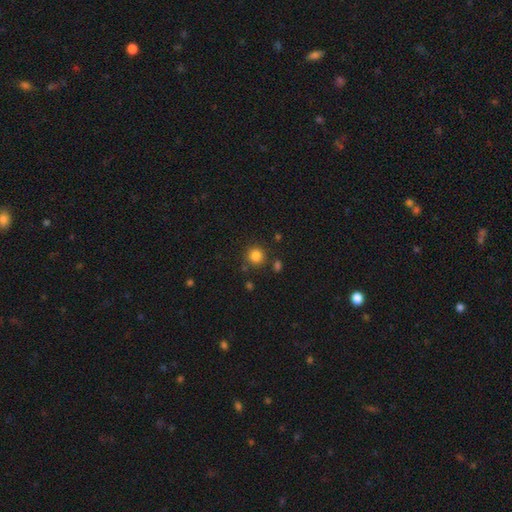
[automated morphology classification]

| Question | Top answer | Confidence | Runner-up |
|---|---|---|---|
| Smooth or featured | smooth | 83% | star or artifact (12%) |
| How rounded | round | 93% | in between (6%) |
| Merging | none | 84% | minor disturbance (8%) |